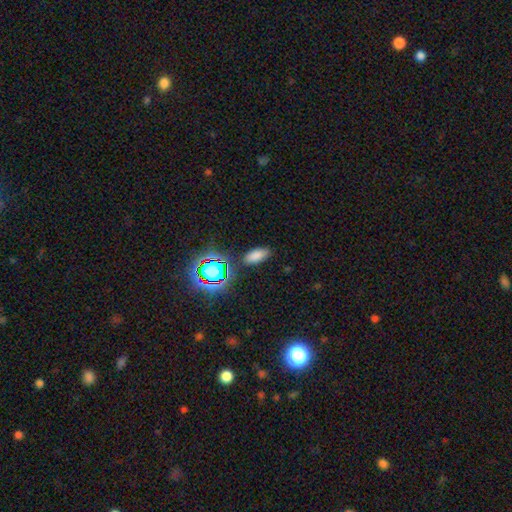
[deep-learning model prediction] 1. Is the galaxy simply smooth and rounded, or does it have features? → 74% smooth, 19% star or artifact, 7% featured or disk.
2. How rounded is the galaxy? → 87% in between, 9% cigar-shaped, 4% round.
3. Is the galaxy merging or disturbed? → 85% none, 10% minor disturbance, 3% major disturbance, 3% merger.